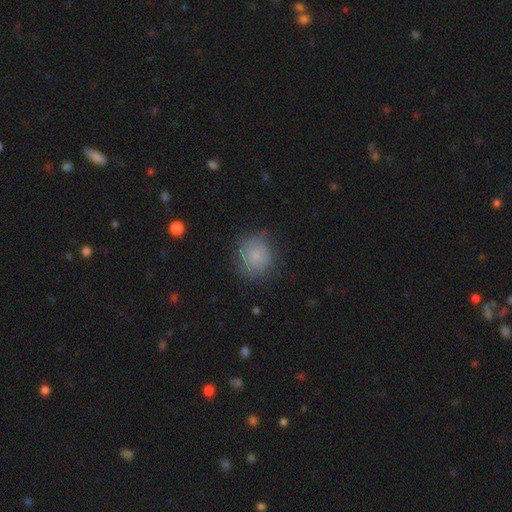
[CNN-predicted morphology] Smooth or featured?
  - smooth: 66% *
  - featured or disk: 24%
  - star or artifact: 10%
How rounded?
  - round: 83% *
  - in between: 16%
  - cigar-shaped: 1%
Merging?
  - none: 66% *
  - minor disturbance: 24%
  - major disturbance: 8%
  - merger: 1%